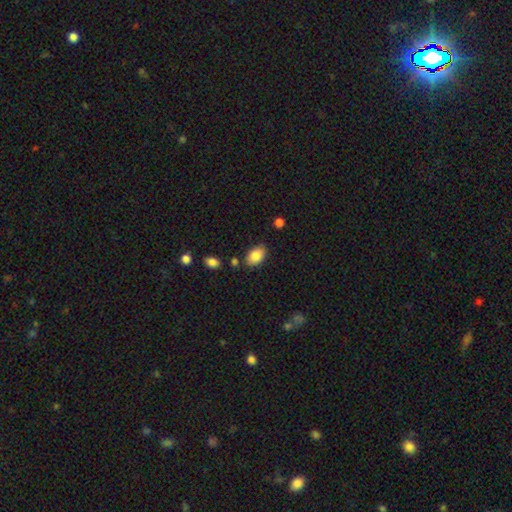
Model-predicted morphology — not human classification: Smooth or featured? Predicted: smooth (p=0.85). How rounded? Predicted: in between (p=0.91). Merging? Predicted: none (p=0.78).